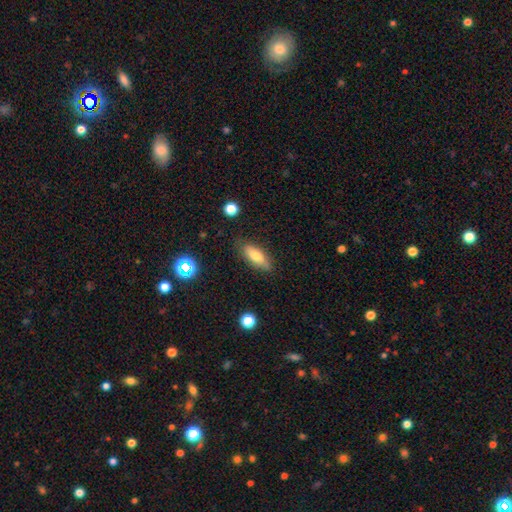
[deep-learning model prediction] Morphology: type=smooth (71%); roundness=in between (68%); merging=none (82%).